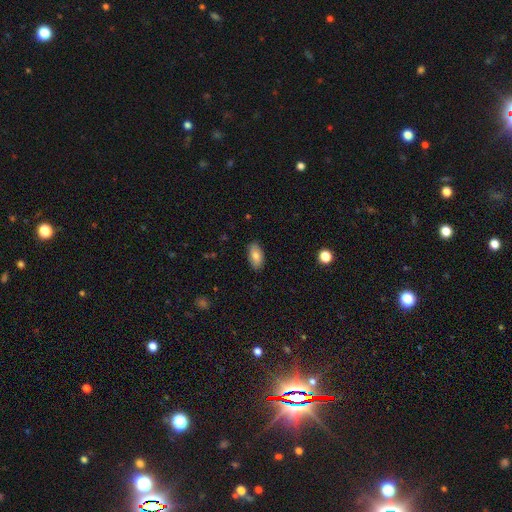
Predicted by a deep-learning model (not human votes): A smooth galaxy with no disk features (77%) that is in between round and cigar-shaped (93%). Merging: none (86%).